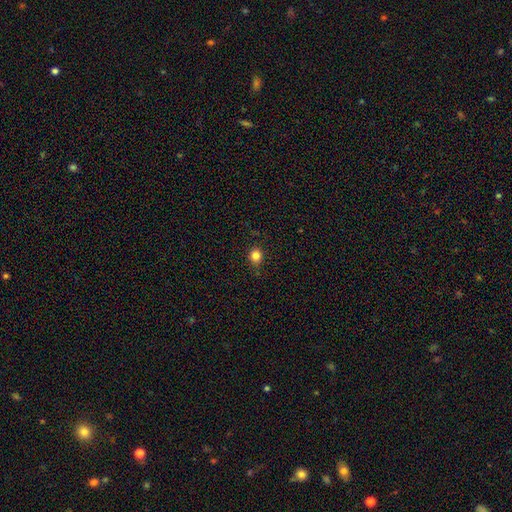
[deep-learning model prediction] The model was most divided on "how rounded": round: 82%, in between: 17%, cigar-shaped: 1%. More confident: merging — none (87%); smooth or featured — smooth (83%).